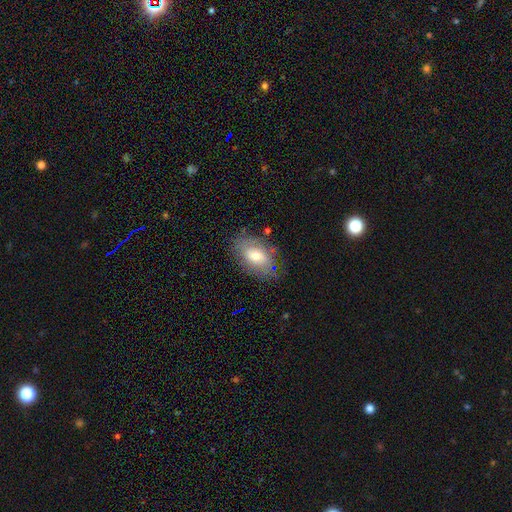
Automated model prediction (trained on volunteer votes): Smooth or featured? smooth (58%)
How rounded? in between (88%)
Merging? none (71%)